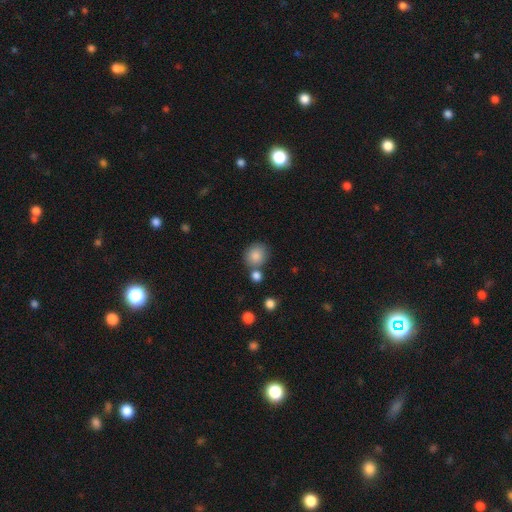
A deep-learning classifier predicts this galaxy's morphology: smooth 85%, star or artifact 9%, featured or disk 6%. Down the decision tree: how rounded — round (79%); merging — none (69%).